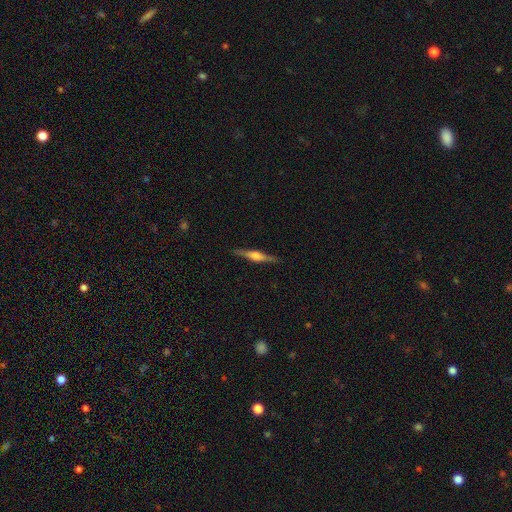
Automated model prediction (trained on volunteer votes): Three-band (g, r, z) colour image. It shows a featured or disk galaxy (73%) viewed edge-on (98%) with a rounded central bulge (84%). Merging: none (90%).